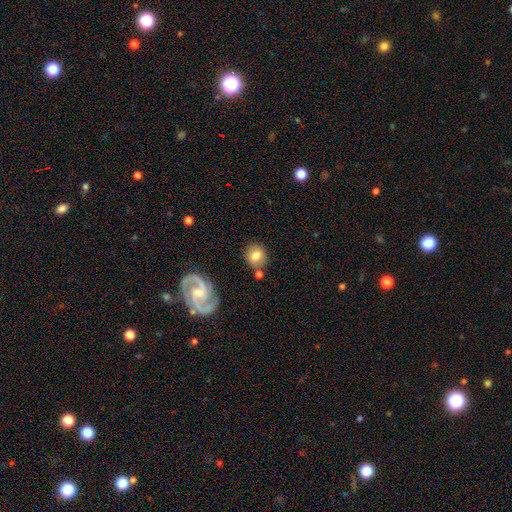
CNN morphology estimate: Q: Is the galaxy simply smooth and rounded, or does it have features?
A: smooth — 71%.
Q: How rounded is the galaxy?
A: round — 75%.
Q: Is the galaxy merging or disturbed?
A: none — 74%.